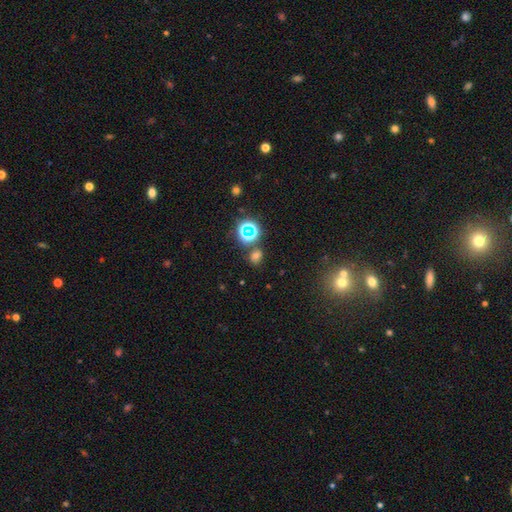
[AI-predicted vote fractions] This is possibly a smooth galaxy (58%). How rounded: possibly round (59%). Merging: likely none (75%).